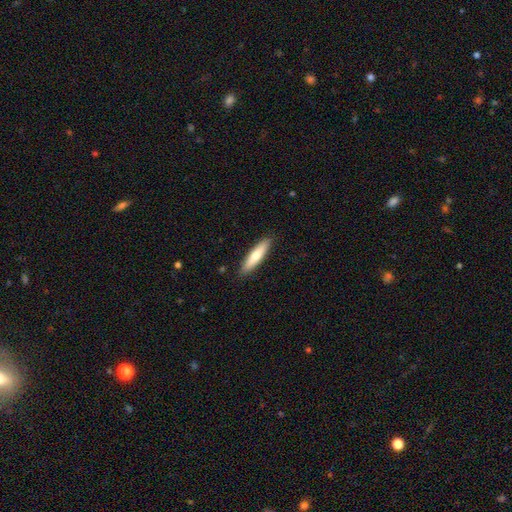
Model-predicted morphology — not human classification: This is likely a smooth galaxy (67%). How rounded: clearly cigar-shaped (81%). Merging: clearly none (90%).